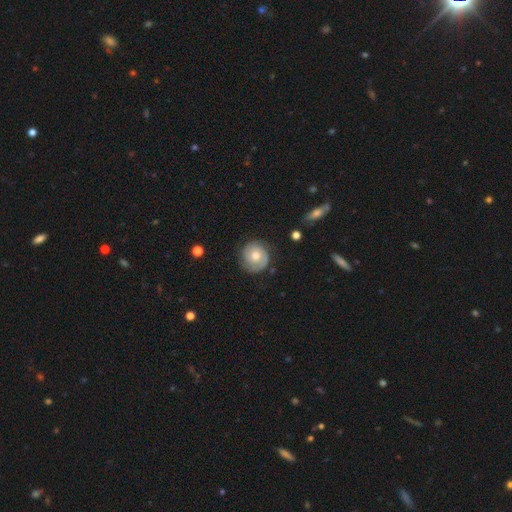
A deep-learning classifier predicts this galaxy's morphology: The model was most divided on "smooth or featured": featured or disk: 53%, smooth: 40%, star or artifact: 7%. More confident: edge-on disk — no (97%); spiral arms — yes (81%); bar — no (79%); merging — none (78%); bulge size — moderate (72%).